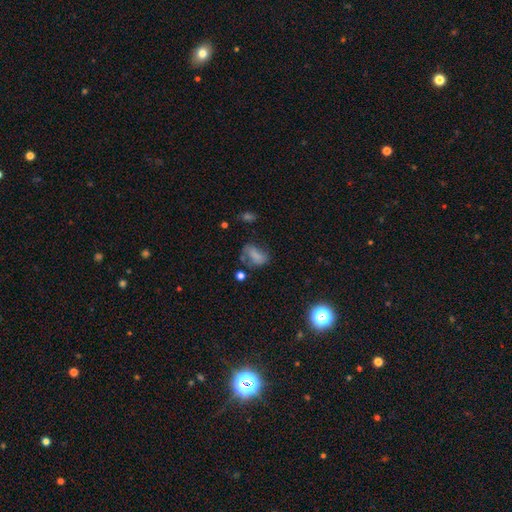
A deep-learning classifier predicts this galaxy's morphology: Smooth or featured? smooth (65%)
How rounded? in between (82%)
Merging? none (38%)